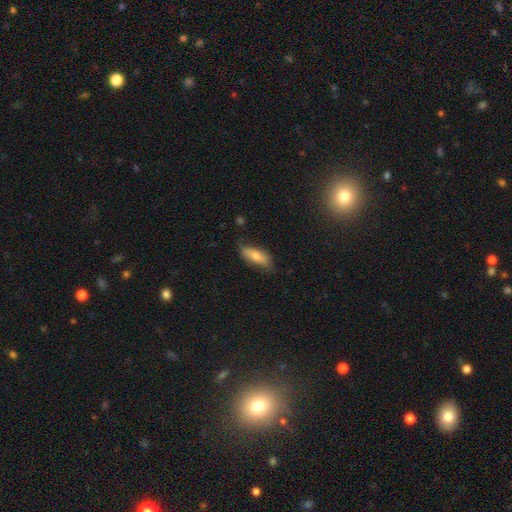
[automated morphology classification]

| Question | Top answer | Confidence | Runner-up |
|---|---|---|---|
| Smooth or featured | smooth | 67% | featured or disk (26%) |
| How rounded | in between | 62% | cigar-shaped (35%) |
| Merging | none | 73% | minor disturbance (21%) |